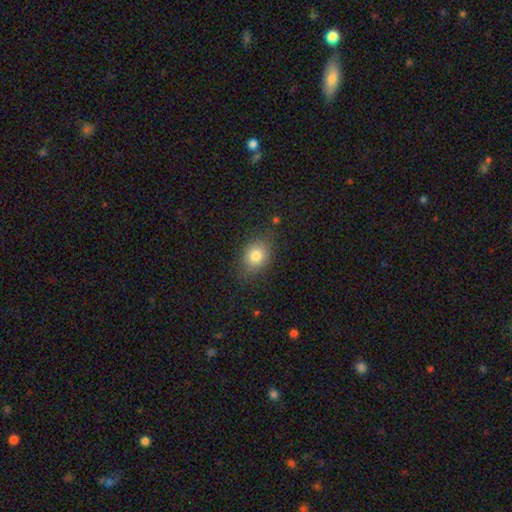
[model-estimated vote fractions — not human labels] smooth 80%, star or artifact 11%, featured or disk 9%. Down the decision tree: how rounded — in between (50%); merging — none (80%).